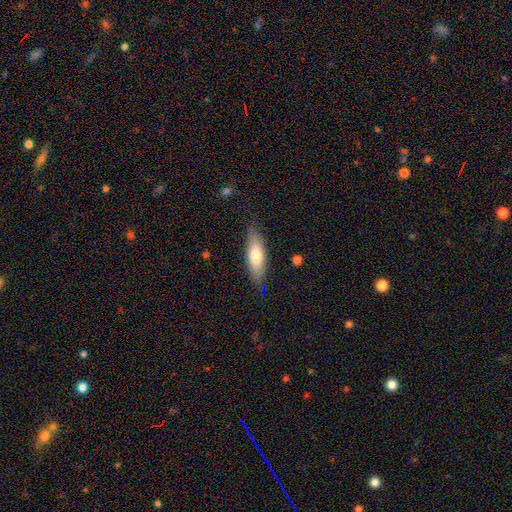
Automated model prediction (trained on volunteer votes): This appears to be a smooth galaxy with no disk features (75%) that is in between round and cigar-shaped (49%, tied with cigar-shaped). Merging: none (80%).